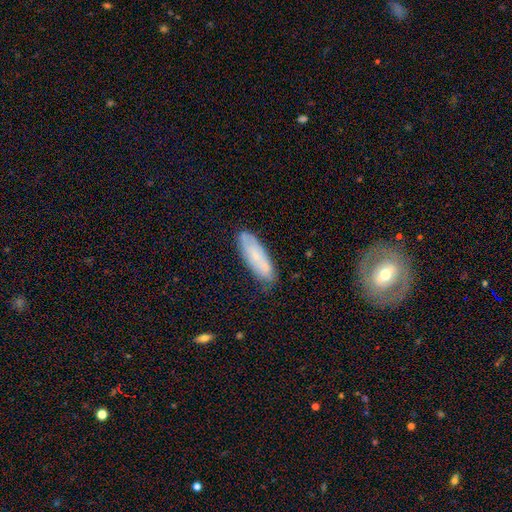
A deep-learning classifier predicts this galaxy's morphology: Overall: smooth (59%; featured or disk 34%). How rounded: in between (55%; cigar-shaped 43%). Merging: none (73%).